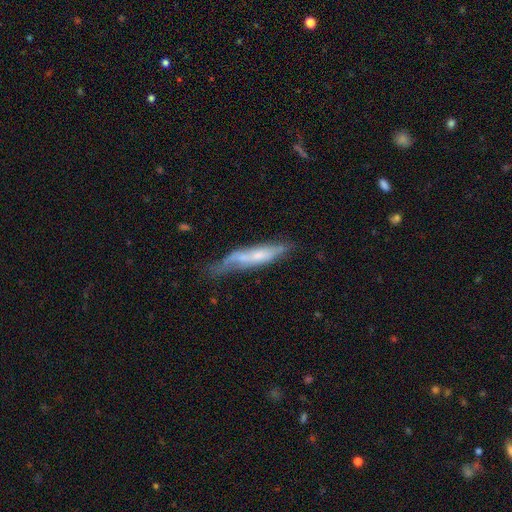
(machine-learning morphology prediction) smooth_or_featured: featured or disk (p=0.52) [alt: smooth p=0.42]
disk_edge_on: yes (p=0.54) [alt: no p=0.46]
merging: none (p=0.44) [alt: minor disturbance p=0.32]